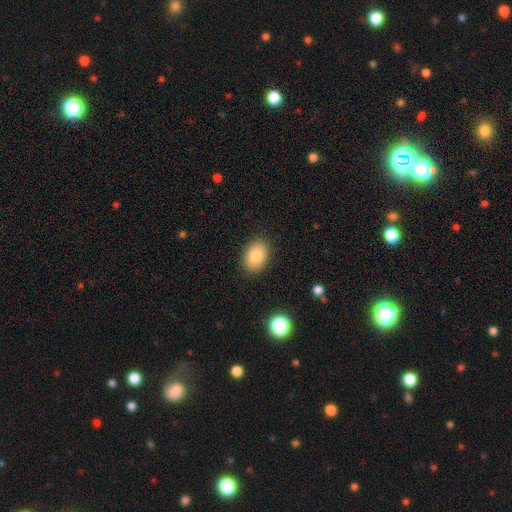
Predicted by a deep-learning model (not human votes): This is clearly a smooth galaxy (84%). How rounded: likely in between (78%). Merging: clearly none (88%).